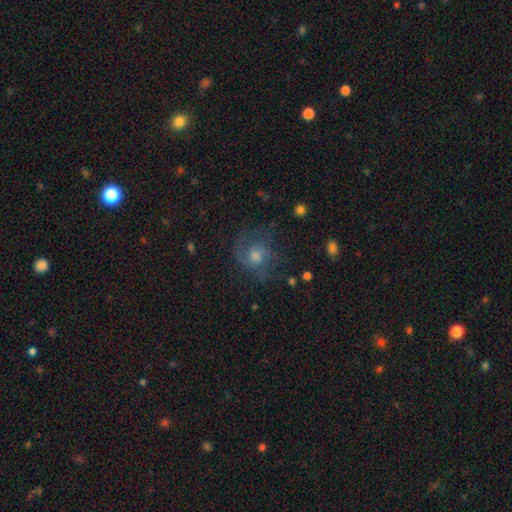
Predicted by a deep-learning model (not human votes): Q: Smooth or featured?
A: featured or disk (45%); runner-up: smooth (39%)
Q: Merging?
A: none (59%); runner-up: minor disturbance (21%)